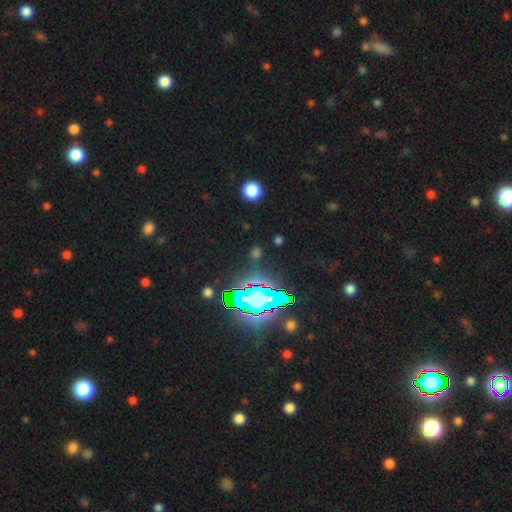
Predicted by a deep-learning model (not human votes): Smooth or featured?
  - star or artifact: 67% *
  - smooth: 21%
  - featured or disk: 12%